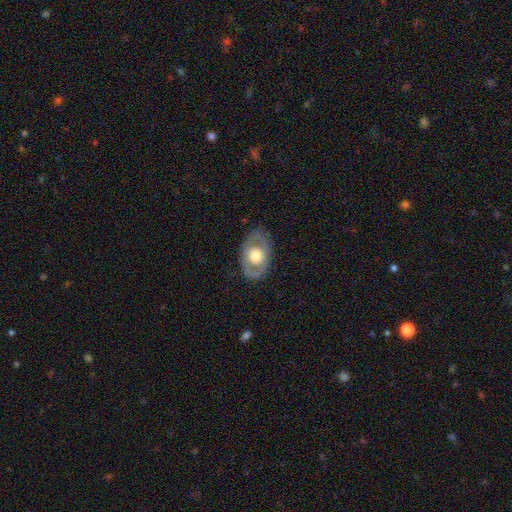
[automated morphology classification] Smooth or featured? featured or disk (52%)
Edge-on disk? no (90%)
Merging? none (79%)